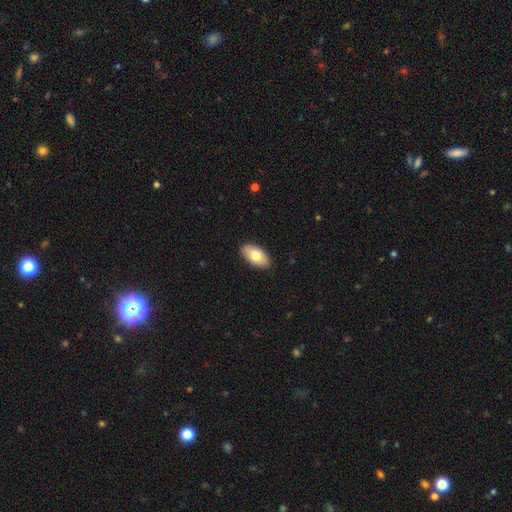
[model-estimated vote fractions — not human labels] Smooth or featured? Predicted: smooth (p=0.78). How rounded? Predicted: in between (p=0.95). Merging? Predicted: none (p=0.89).